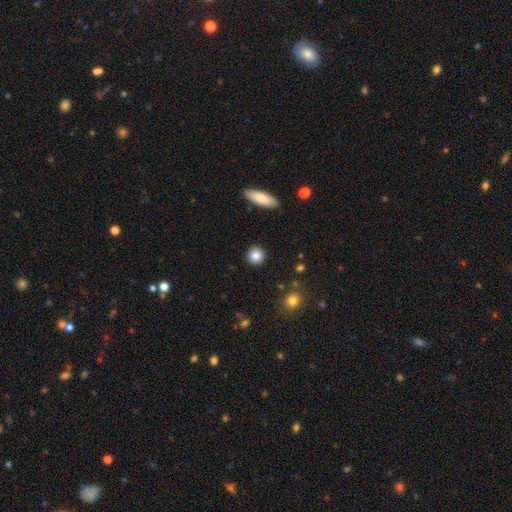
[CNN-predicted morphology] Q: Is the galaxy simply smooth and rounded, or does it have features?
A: smooth — 86%.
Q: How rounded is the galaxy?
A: round — 90%.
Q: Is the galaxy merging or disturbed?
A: none — 91%.